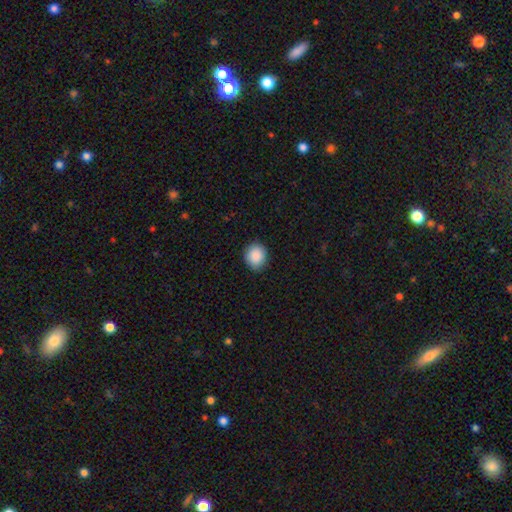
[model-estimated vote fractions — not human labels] Q: Smooth or featured?
A: smooth (89%); runner-up: star or artifact (8%)
Q: How rounded?
A: round (74%); runner-up: in between (25%)
Q: Merging?
A: none (87%); runner-up: minor disturbance (10%)